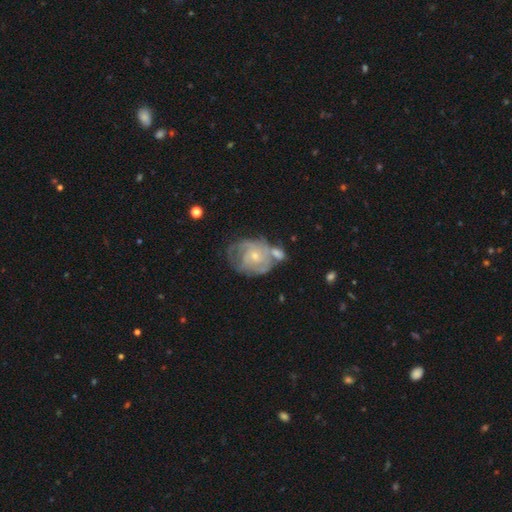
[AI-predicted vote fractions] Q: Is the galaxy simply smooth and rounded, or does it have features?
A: featured or disk — 74%.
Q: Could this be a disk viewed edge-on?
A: no — 97%.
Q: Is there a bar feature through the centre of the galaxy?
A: no — 76%.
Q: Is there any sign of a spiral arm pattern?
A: yes — 82%.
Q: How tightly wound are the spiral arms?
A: tight — 60%.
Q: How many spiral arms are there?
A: can't tell — 48%.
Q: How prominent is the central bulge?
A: small — 65%.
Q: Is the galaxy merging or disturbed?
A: none — 34%.